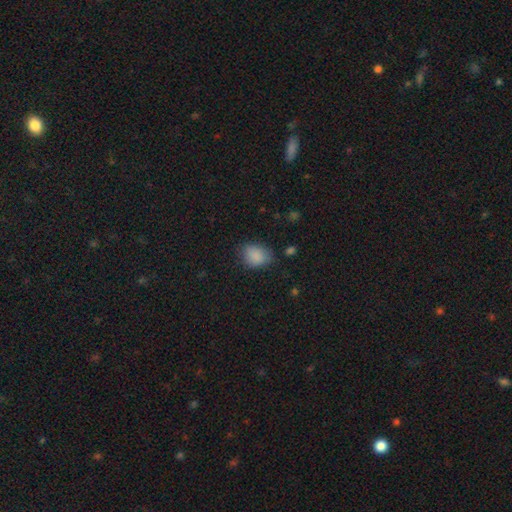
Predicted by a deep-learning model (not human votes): Overall: smooth (86%). How rounded: in between (67%; round 32%). Merging: none (67%).